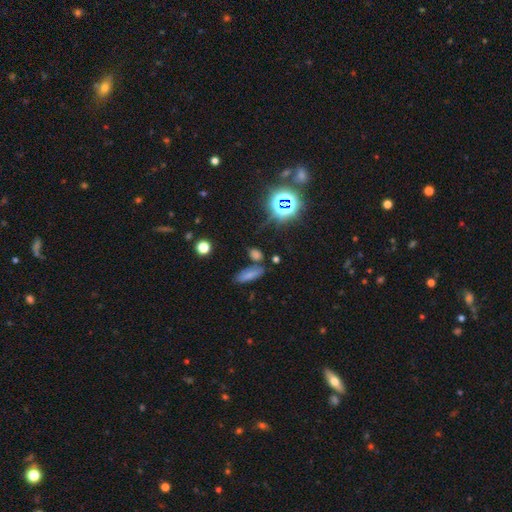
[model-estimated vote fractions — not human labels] Smooth or featured? Predicted: smooth (p=0.53). How rounded? Predicted: cigar-shaped (p=0.46). Merging? Predicted: none (p=0.72).